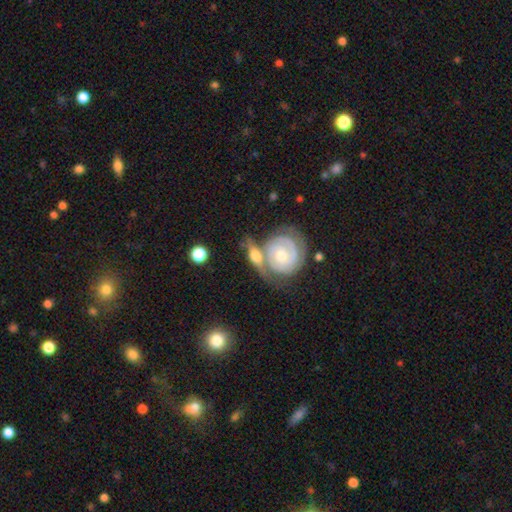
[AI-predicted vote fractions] The model was most divided on "merging": none: 41%, merger: 36%, minor disturbance: 15%, major disturbance: 8%. More confident: edge-on disk — no (82%); spiral arms — yes (74%); bar — no (73%); smooth or featured — featured or disk (66%); bulge size — moderate (57%).